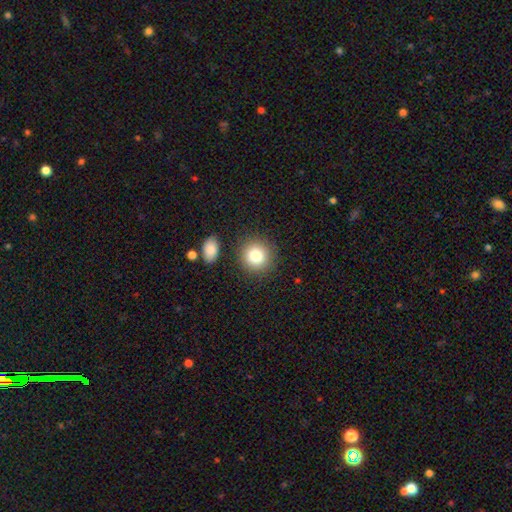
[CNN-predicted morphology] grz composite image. It shows a smooth galaxy with no disk features (82%) that is round (89%). Merging: none (85%).